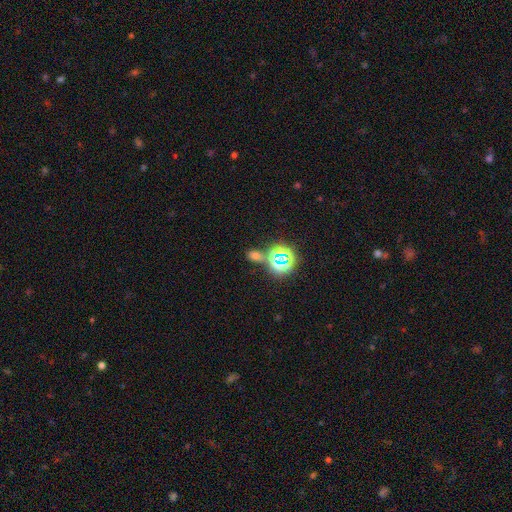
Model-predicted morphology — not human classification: Overall: smooth (51%; star or artifact 41%). How rounded: in between (70%). Merging: none (70%).